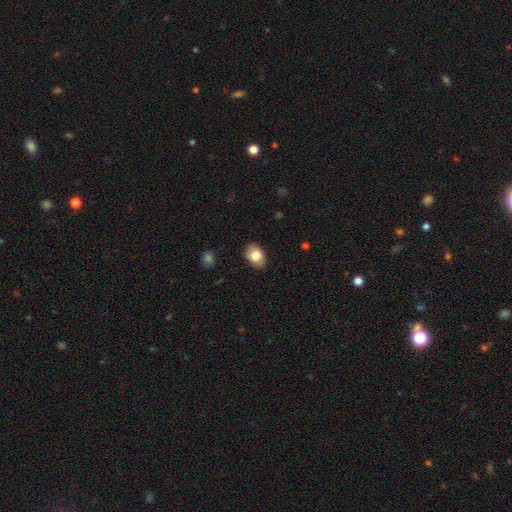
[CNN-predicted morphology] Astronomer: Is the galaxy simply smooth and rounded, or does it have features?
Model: smooth — 81%.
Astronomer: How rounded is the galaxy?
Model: in between — 83%.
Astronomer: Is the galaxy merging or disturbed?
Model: none — 85%.